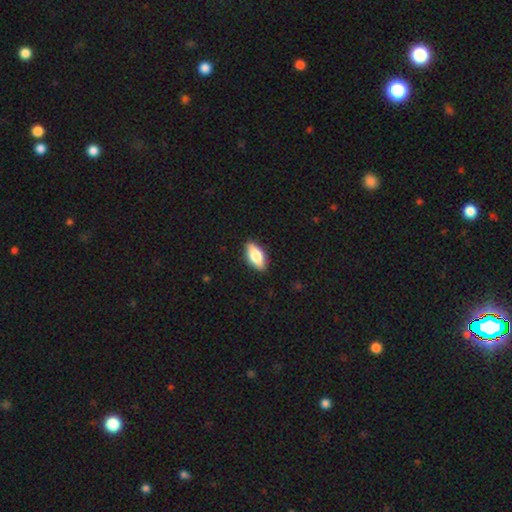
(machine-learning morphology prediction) smooth 74%, featured or disk 19%, star or artifact 6%. Down the decision tree: how rounded — in between (86%); merging — none (88%).